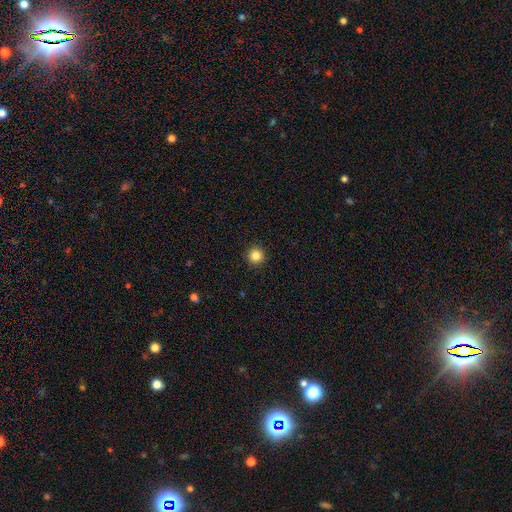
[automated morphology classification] Smooth or featured: smooth — 85% (star or artifact — 11%)
How rounded: round — 95% (in between — 4%)
Merging: none — 93% (minor disturbance — 5%)